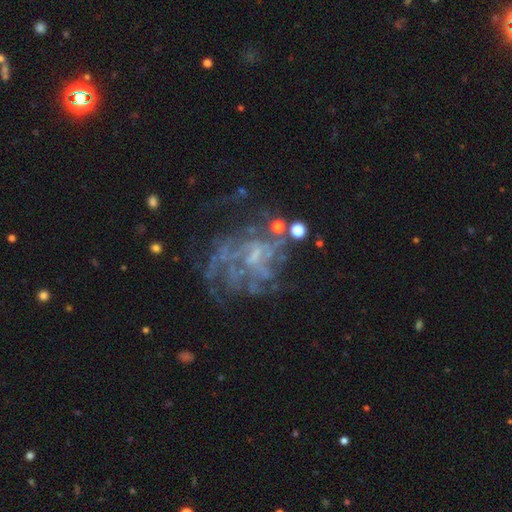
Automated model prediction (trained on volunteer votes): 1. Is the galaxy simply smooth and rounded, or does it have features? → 78% featured or disk, 13% star or artifact, 9% smooth.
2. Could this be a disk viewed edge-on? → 98% no, 2% yes.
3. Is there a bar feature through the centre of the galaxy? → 53% no, 38% weak, 9% strong.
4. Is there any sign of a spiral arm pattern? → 70% yes, 30% no.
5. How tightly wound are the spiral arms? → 40% medium, 37% tight, 23% loose.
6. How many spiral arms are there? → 50% can't tell, 14% 3, 12% 4, 10% 2, 7% more than 4, 6% 1.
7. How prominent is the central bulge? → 41% small, 36% none, 20% moderate, 2% large, 1% dominant.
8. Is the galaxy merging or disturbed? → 48% none, 29% major disturbance, 18% minor disturbance, 6% merger.